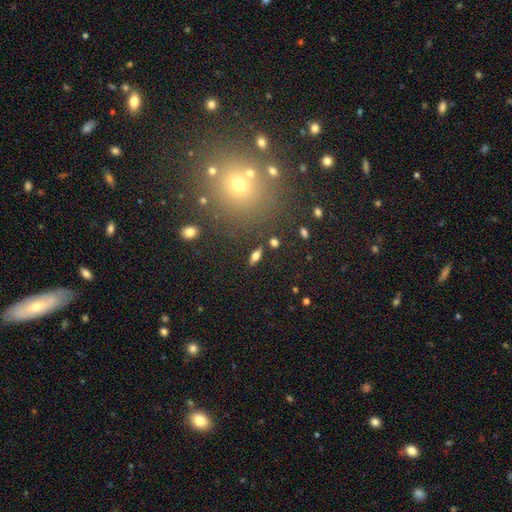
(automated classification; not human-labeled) Morphology: type=smooth (62%); roundness=in between (70%); merging=none (85%).